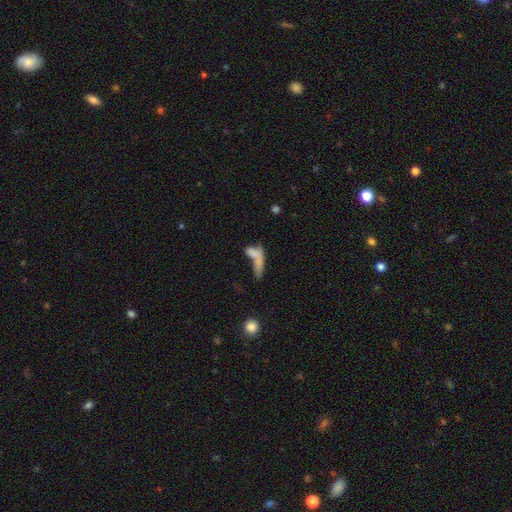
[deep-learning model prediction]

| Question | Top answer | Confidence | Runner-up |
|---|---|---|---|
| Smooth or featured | smooth | 63% | featured or disk (24%) |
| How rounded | in between | 49% | cigar-shaped (44%) |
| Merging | merger | 46% | none (22%) |